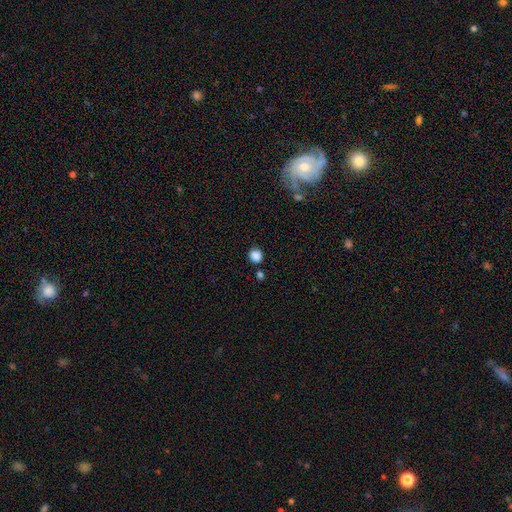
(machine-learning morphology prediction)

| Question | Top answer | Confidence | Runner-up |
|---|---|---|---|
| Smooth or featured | smooth | 85% | star or artifact (11%) |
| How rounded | round | 84% | in between (15%) |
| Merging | none | 80% | minor disturbance (10%) |